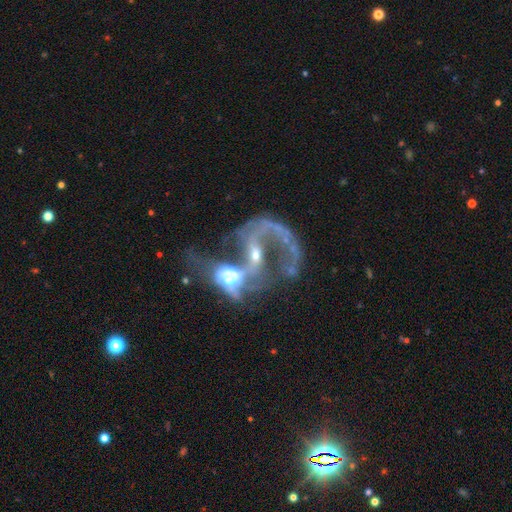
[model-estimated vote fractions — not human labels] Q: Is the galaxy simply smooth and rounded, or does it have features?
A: featured or disk — 77%.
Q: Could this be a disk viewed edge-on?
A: no — 97%.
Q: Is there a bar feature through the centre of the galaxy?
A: no — 53%.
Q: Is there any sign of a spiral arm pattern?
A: yes — 68%.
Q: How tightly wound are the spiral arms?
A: loose — 67%.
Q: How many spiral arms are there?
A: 1 — 39%.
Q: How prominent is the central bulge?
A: moderate — 42%.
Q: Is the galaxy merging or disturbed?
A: merger — 66%.